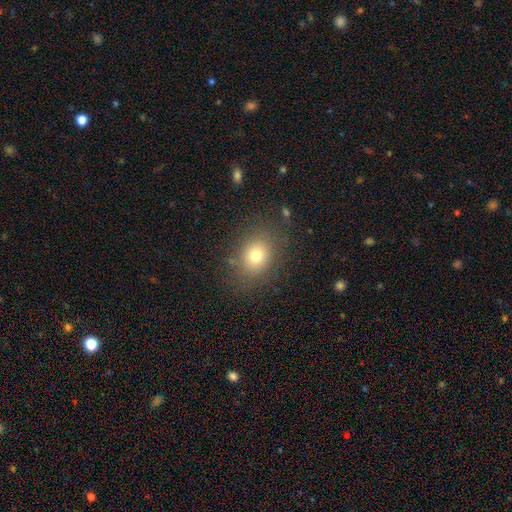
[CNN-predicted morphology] Overall: smooth (74%). How rounded: round (52%; in between 47%). Merging: none (80%).